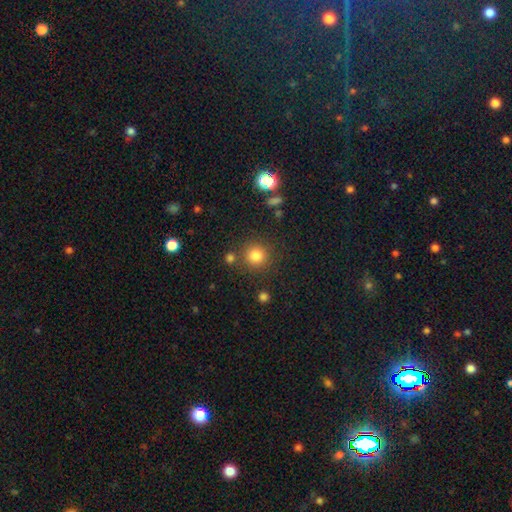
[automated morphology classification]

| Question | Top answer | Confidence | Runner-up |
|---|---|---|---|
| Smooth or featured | smooth | 81% | star or artifact (13%) |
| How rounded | round | 92% | in between (7%) |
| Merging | none | 83% | minor disturbance (8%) |